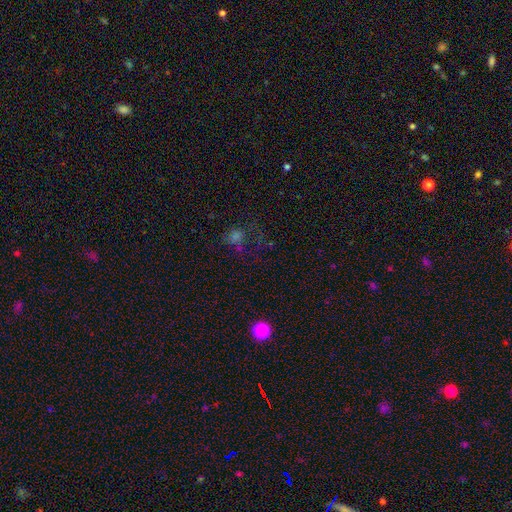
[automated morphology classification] Smooth or featured? star or artifact (45%)